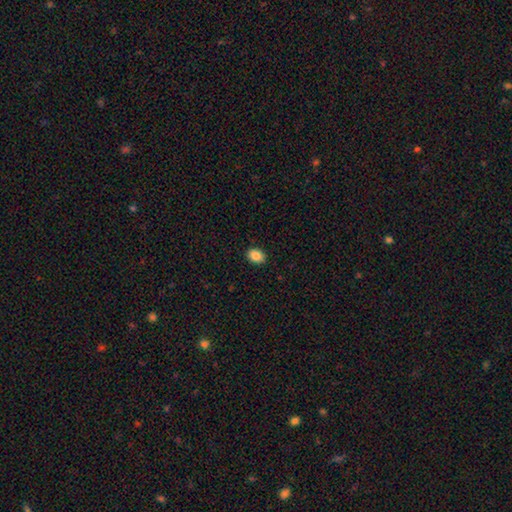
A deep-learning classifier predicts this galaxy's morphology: smooth_or_featured: smooth (p=0.87) [alt: star or artifact p=0.09]
how_rounded: in between (p=0.69) [alt: round p=0.30]
merging: none (p=0.90) [alt: minor disturbance p=0.07]